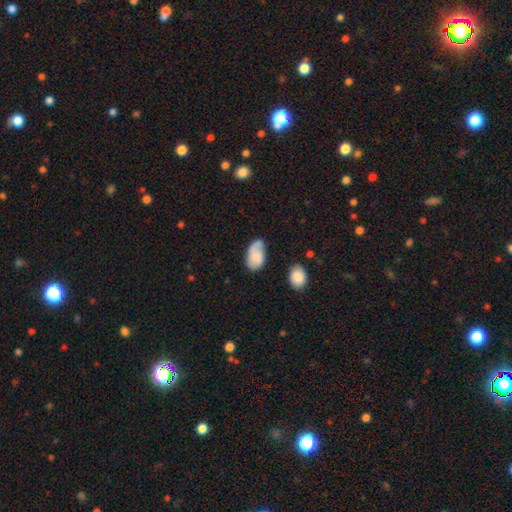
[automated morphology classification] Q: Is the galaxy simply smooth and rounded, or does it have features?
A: smooth — 69%.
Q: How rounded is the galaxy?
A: in between — 93%.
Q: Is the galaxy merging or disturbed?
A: none — 53%.